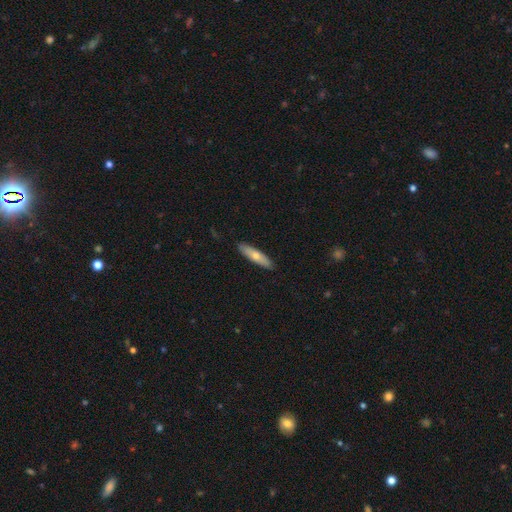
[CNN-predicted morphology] Q: Smooth or featured?
A: smooth (64%); runner-up: featured or disk (30%)
Q: How rounded?
A: cigar-shaped (72%); runner-up: in between (26%)
Q: Merging?
A: none (90%); runner-up: minor disturbance (7%)